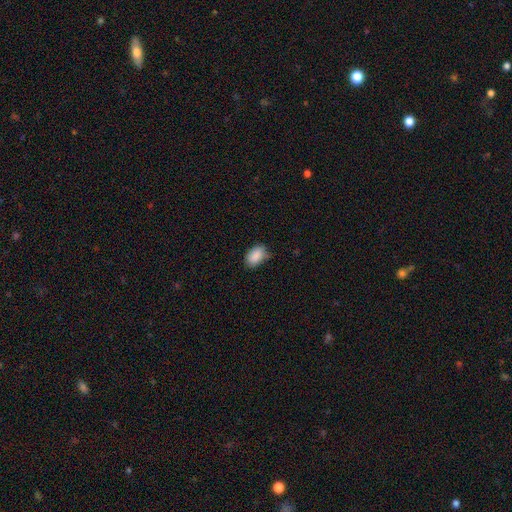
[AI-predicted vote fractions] Smooth or featured? smooth (89%)
How rounded? in between (87%)
Merging? none (70%)